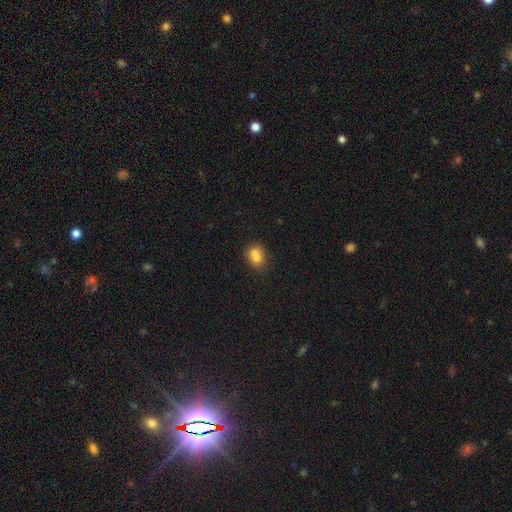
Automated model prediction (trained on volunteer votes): Smooth or featured: smooth — 75% (featured or disk — 14%)
How rounded: in between — 53% (round — 46%)
Merging: none — 43% (merger — 40%)